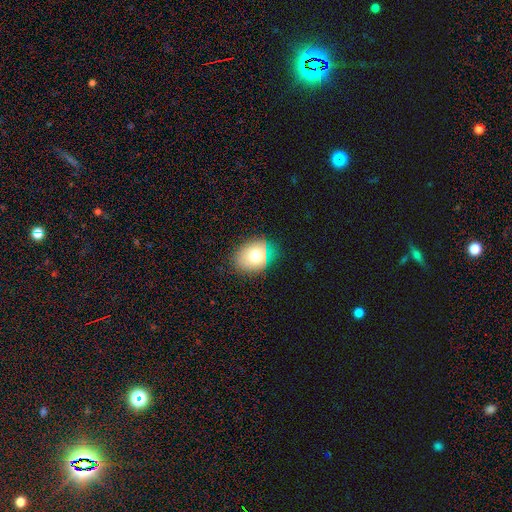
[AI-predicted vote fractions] Smooth or featured? smooth (71%)
How rounded? in between (54%)
Merging? none (76%)